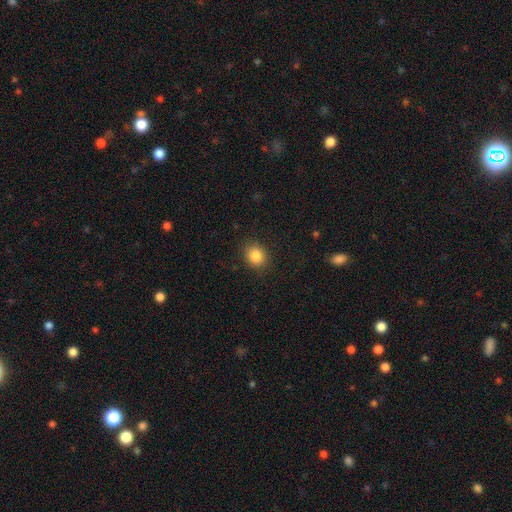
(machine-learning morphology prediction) Q: Smooth or featured?
A: smooth (85%); runner-up: star or artifact (10%)
Q: How rounded?
A: round (64%); runner-up: in between (35%)
Q: Merging?
A: none (88%); runner-up: minor disturbance (9%)